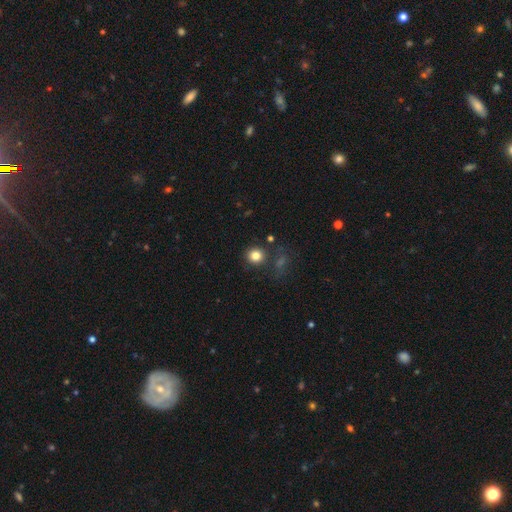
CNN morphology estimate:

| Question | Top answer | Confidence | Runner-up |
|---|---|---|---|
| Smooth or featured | smooth | 82% | star or artifact (12%) |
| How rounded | round | 88% | in between (11%) |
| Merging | none | 81% | minor disturbance (9%) |